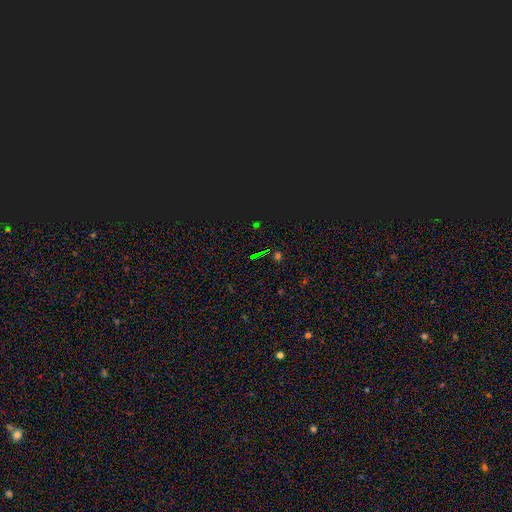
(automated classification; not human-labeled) A star or artifact, not a galaxy (74%).